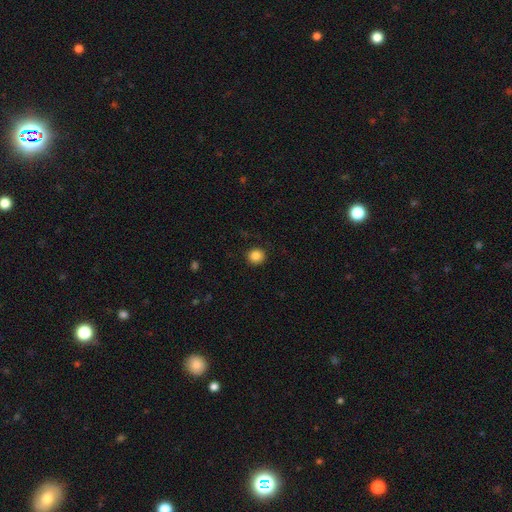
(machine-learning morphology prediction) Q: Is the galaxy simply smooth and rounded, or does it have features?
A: smooth — 86%.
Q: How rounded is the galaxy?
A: round — 91%.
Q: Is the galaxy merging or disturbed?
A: none — 91%.